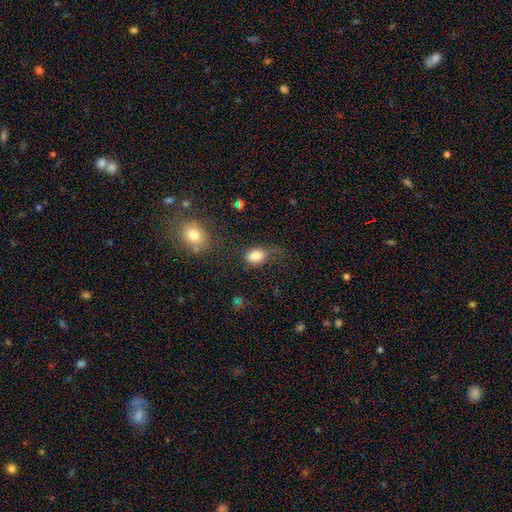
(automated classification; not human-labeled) smooth-or-featured: smooth: 84% | star or artifact: 10% | featured or disk: 7%
  how-rounded: in between: 75% | round: 23% | cigar-shaped: 1%
  merging: none: 57% | minor disturbance: 25% | major disturbance: 14% | merger: 4%